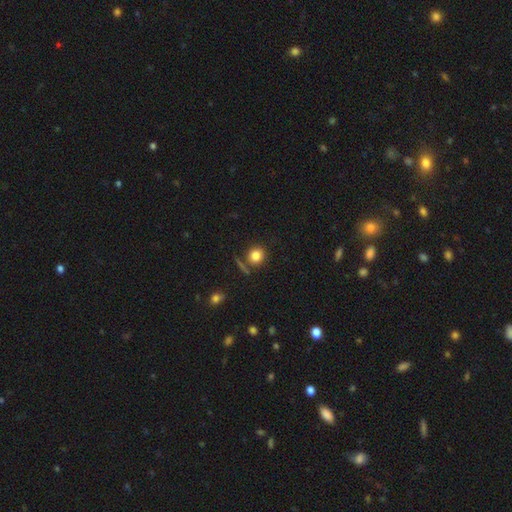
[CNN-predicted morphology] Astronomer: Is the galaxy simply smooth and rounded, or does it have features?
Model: smooth — 81%.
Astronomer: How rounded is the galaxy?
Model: round — 85%.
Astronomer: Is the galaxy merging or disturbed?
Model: none — 78%.